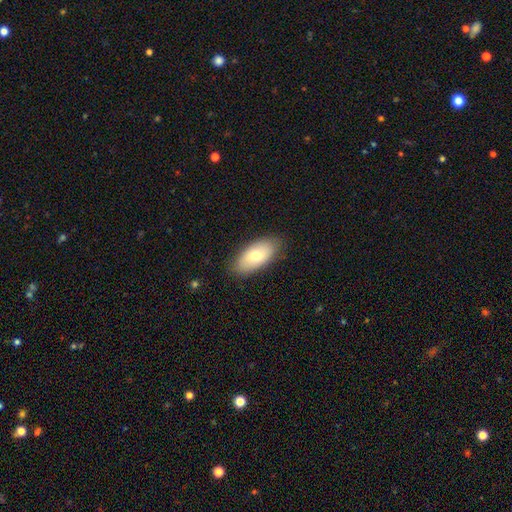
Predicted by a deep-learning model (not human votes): Morphology: type=smooth (72%); roundness=in between (92%); merging=none (85%).